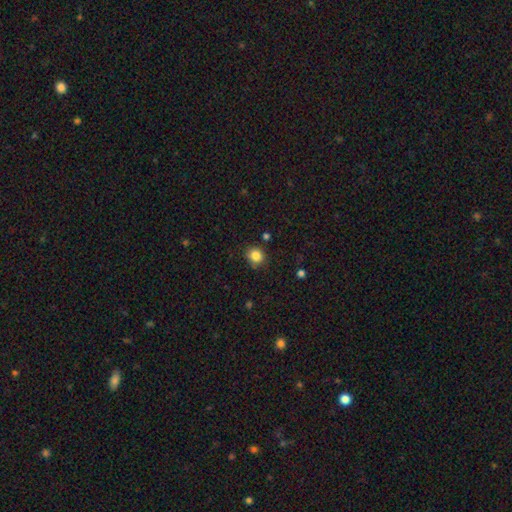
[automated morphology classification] Smooth or featured?
  - smooth: 84% *
  - star or artifact: 11%
  - featured or disk: 5%
How rounded?
  - round: 83% *
  - in between: 16%
  - cigar-shaped: 1%
Merging?
  - none: 83% *
  - minor disturbance: 12%
  - major disturbance: 3%
  - merger: 3%